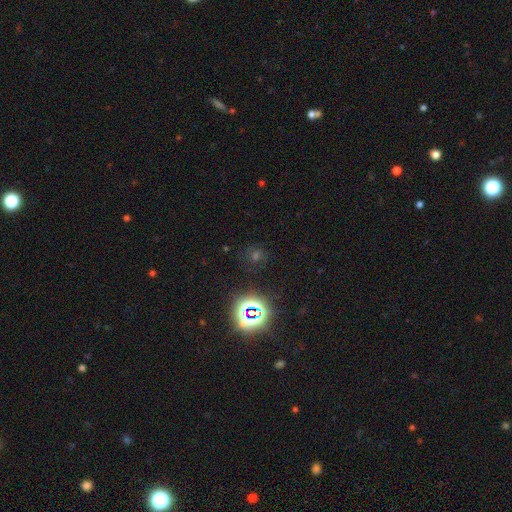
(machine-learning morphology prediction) This is possibly a star or artifact rather than a galaxy (59%).